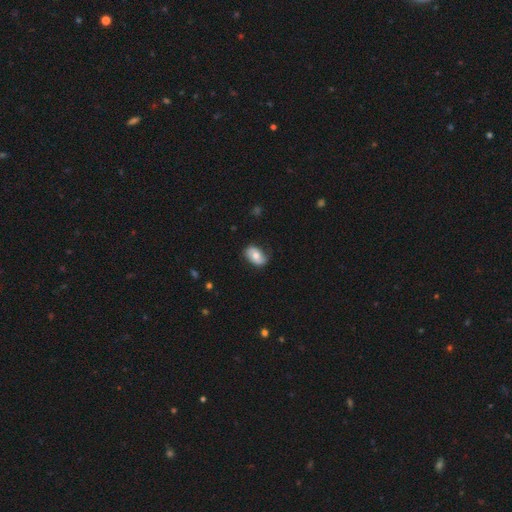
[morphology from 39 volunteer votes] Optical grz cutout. It shows a smooth galaxy with no disk features (56%) that is in between round and cigar-shaped (91%). Merging: none (83%).